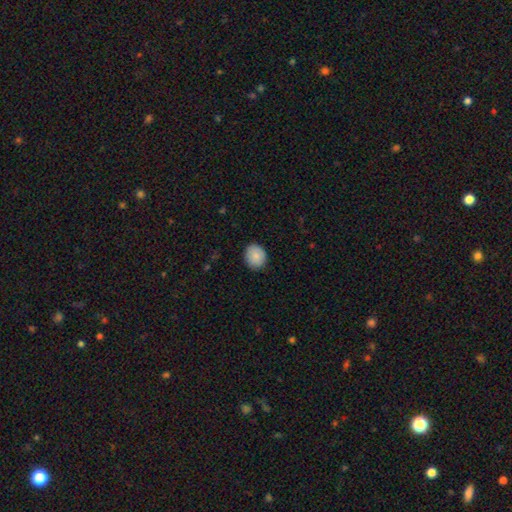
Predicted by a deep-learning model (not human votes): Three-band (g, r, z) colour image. It shows a smooth galaxy with no disk features (86%) that is round (72%). Merging: none (87%).